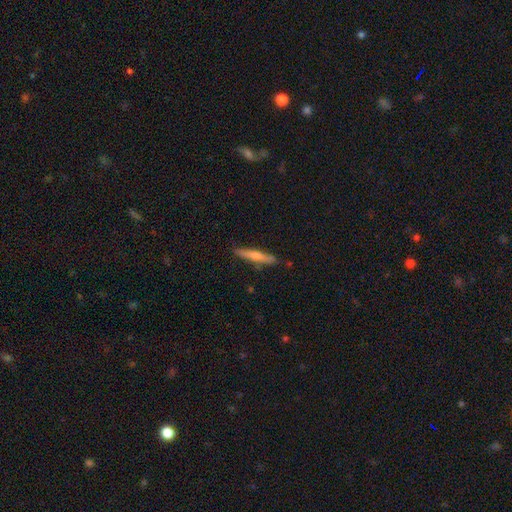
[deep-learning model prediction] Morphology: type=smooth (56%); roundness=cigar-shaped (91%); merging=none (85%).